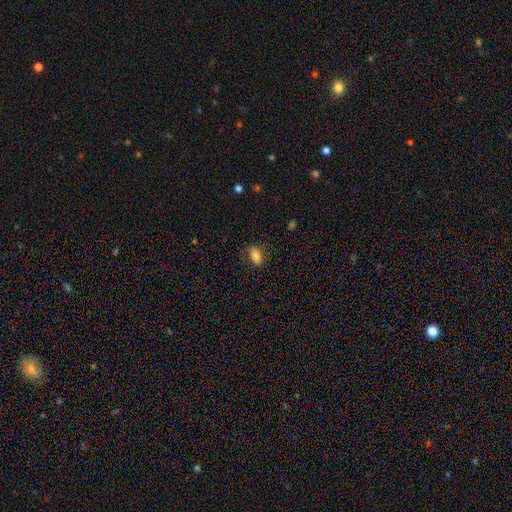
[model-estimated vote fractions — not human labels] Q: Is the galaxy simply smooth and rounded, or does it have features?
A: smooth — 83%.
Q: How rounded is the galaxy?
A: in between — 89%.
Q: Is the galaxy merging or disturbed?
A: none — 79%.